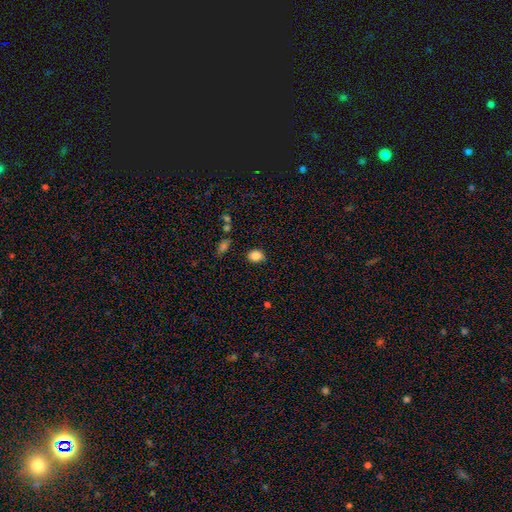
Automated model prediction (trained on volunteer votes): This appears to be a smooth galaxy with no disk features (85%) that is in between round and cigar-shaped (57%). Merging: none (84%).